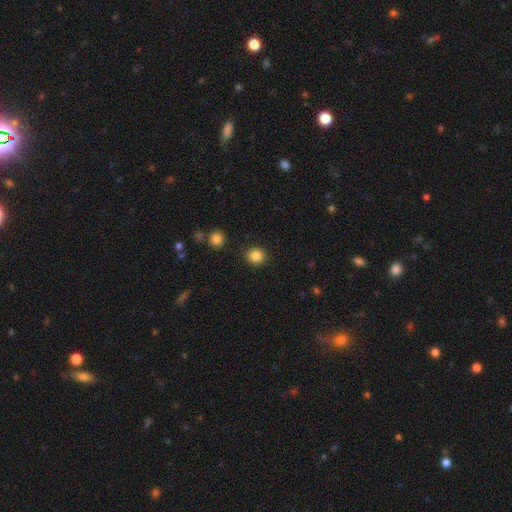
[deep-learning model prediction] smooth-or-featured: smooth: 86% | star or artifact: 10% | featured or disk: 4%
  how-rounded: round: 85% | in between: 14% | cigar-shaped: 1%
  merging: none: 90% | minor disturbance: 6% | major disturbance: 2% | merger: 2%